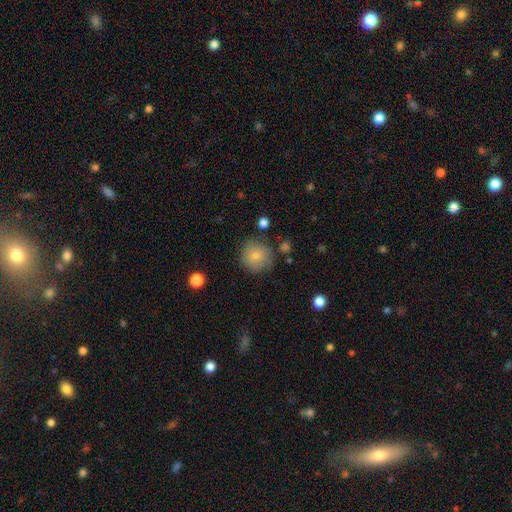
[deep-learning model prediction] Smooth or featured?
  - smooth: 82% *
  - featured or disk: 9%
  - star or artifact: 8%
How rounded?
  - round: 92% *
  - in between: 7%
  - cigar-shaped: 1%
Merging?
  - none: 76% *
  - minor disturbance: 15%
  - major disturbance: 5%
  - merger: 4%